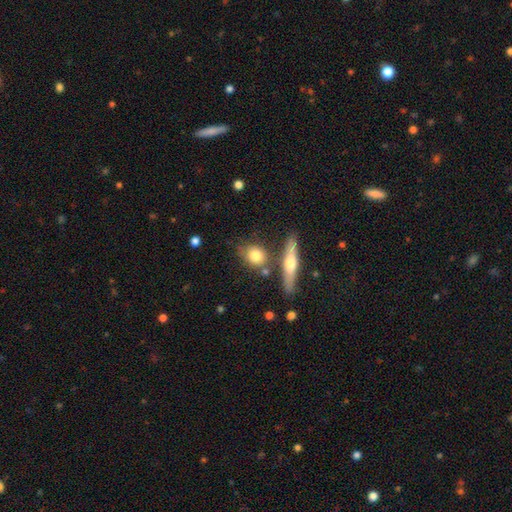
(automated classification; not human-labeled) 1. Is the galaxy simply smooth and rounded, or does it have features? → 73% smooth, 19% featured or disk, 7% star or artifact.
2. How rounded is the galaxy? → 58% round, 32% in between, 10% cigar-shaped.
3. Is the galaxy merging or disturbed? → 67% none, 15% merger, 14% minor disturbance, 4% major disturbance.